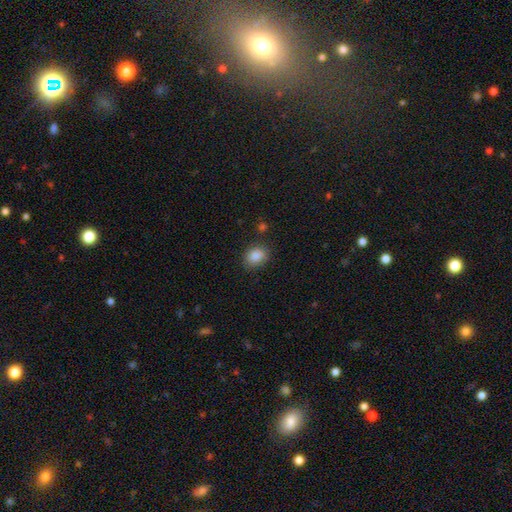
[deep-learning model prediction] Smooth or featured?
  - smooth: 87% *
  - star or artifact: 9%
  - featured or disk: 4%
How rounded?
  - in between: 56% *
  - round: 44%
  - cigar-shaped: 1%
Merging?
  - none: 82% *
  - minor disturbance: 12%
  - major disturbance: 3%
  - merger: 2%